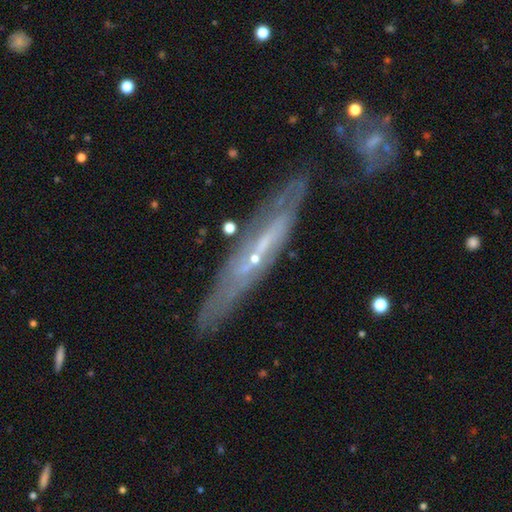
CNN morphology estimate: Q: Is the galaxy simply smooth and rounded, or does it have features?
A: featured or disk — 71%.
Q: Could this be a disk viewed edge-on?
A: yes — 60%.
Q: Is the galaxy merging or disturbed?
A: none — 71%.